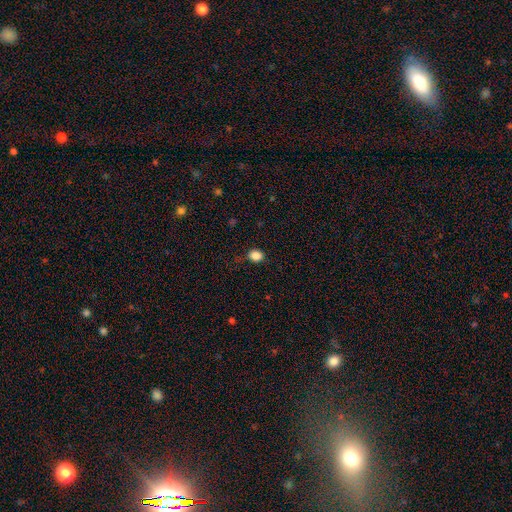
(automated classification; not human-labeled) smooth_or_featured: smooth (p=0.86) [alt: star or artifact p=0.10]
how_rounded: round (p=0.56) [alt: in between p=0.43]
merging: none (p=0.80) [alt: minor disturbance p=0.15]